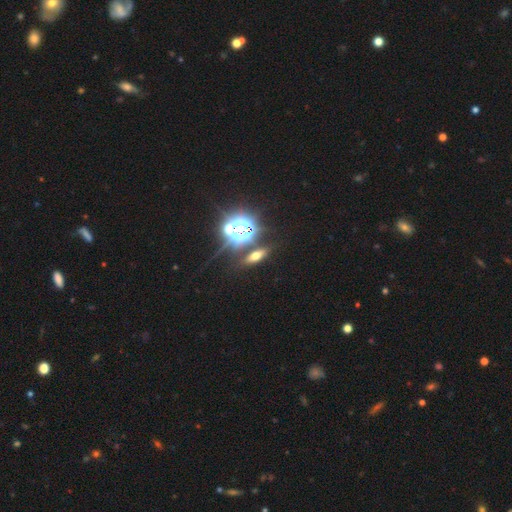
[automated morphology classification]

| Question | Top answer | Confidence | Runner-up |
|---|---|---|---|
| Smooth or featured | smooth | 38% | tied: star or artifact (38%) |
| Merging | none | 80% | minor disturbance (9%) |